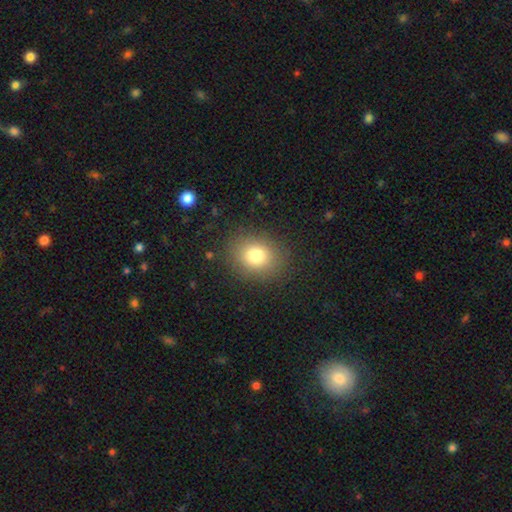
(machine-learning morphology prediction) smooth 79%, star or artifact 12%, featured or disk 9%. Down the decision tree: how rounded — round (59%); merging — none (86%).